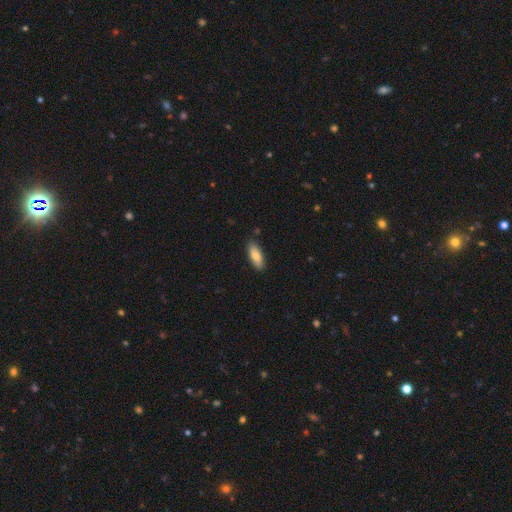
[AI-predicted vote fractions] smooth-or-featured: smooth: 79% | featured or disk: 15% | star or artifact: 6%
  how-rounded: in between: 70% | cigar-shaped: 28% | round: 2%
  merging: none: 85% | minor disturbance: 11% | major disturbance: 2% | merger: 1%